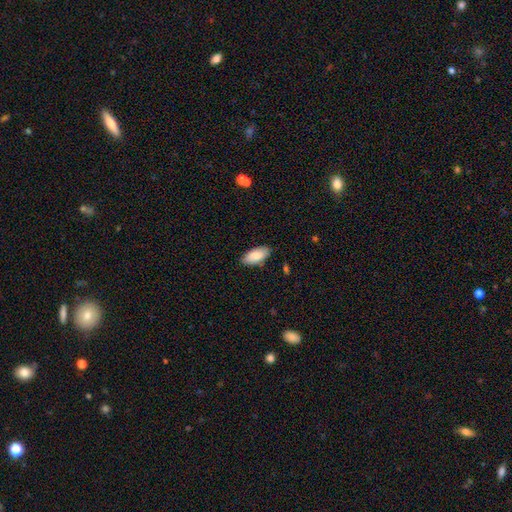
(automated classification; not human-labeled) Smooth or featured: smooth — 84% (featured or disk — 10%)
How rounded: in between — 91% (cigar-shaped — 7%)
Merging: none — 85% (minor disturbance — 12%)